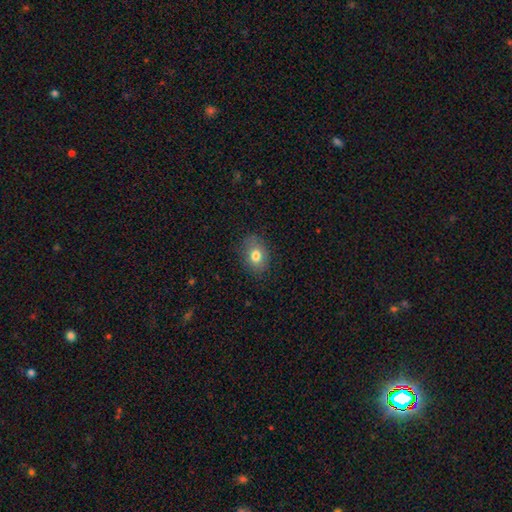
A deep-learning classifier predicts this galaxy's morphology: Smooth or featured?
  - smooth: 78% *
  - featured or disk: 12%
  - star or artifact: 9%
How rounded?
  - in between: 71% *
  - round: 28%
  - cigar-shaped: 1%
Merging?
  - none: 82% *
  - minor disturbance: 13%
  - major disturbance: 3%
  - merger: 1%